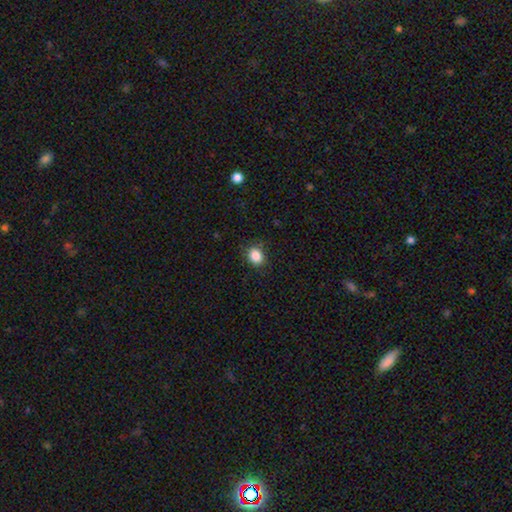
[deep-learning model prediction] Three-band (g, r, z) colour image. It shows a smooth galaxy with no disk features (86%) that is round (58%). Merging: none (82%).